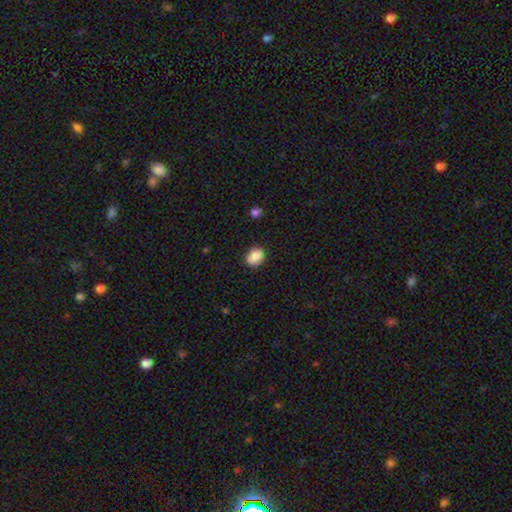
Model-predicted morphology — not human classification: smooth-or-featured: smooth: 84% | star or artifact: 9% | featured or disk: 7%
  how-rounded: round: 51% | in between: 48% | cigar-shaped: 1%
  merging: none: 73% | minor disturbance: 20% | major disturbance: 4% | merger: 3%